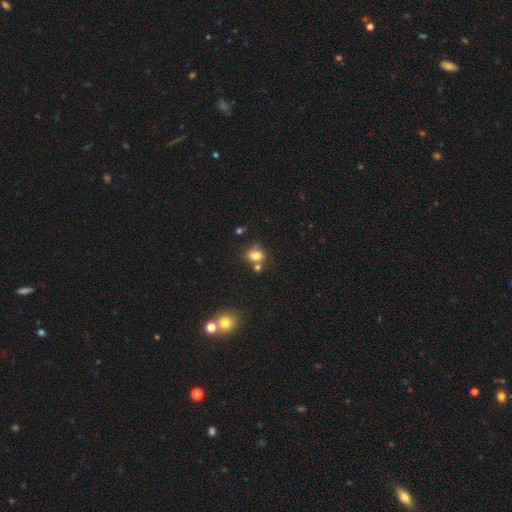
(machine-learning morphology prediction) Smooth or featured: smooth — 80% (star or artifact — 12%)
How rounded: in between — 50% (round — 49%)
Merging: none — 59% (merger — 23%)